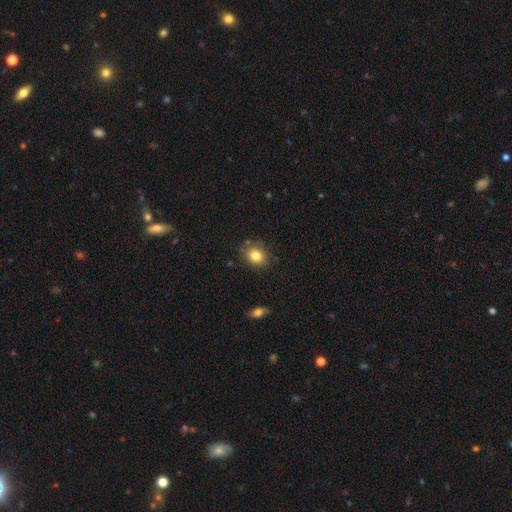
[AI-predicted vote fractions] Smooth or featured? Predicted: smooth (p=0.81). How rounded? Predicted: round (p=0.62). Merging? Predicted: none (p=0.80).